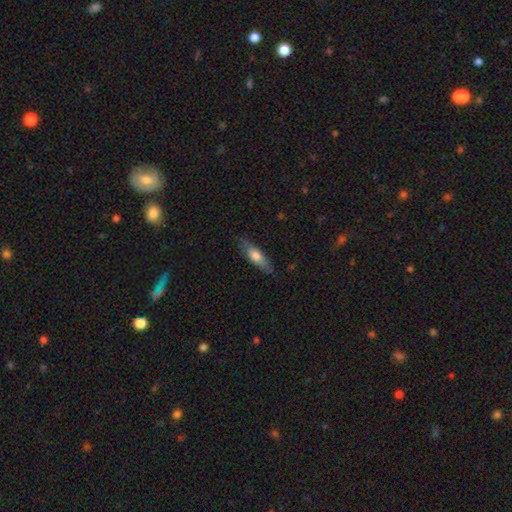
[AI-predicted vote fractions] Smooth or featured? smooth (63%)
How rounded? cigar-shaped (56%)
Merging? none (82%)